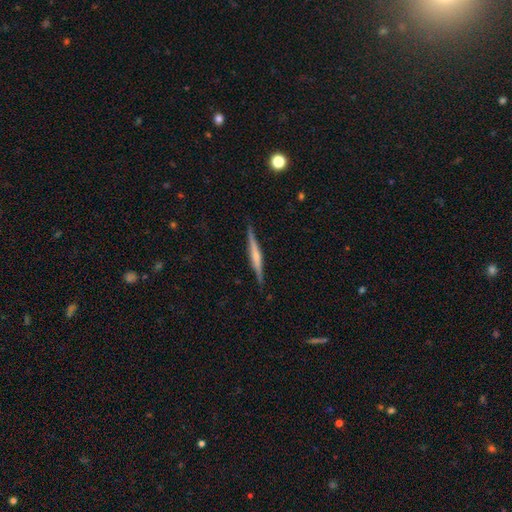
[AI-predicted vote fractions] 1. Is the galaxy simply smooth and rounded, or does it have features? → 65% featured or disk, 29% smooth, 6% star or artifact.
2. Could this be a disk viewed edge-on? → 98% yes, 2% no.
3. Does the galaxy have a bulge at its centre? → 52% rounded, 30% none, 18% boxy.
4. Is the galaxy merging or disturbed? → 89% none, 8% minor disturbance, 2% major disturbance, 1% merger.